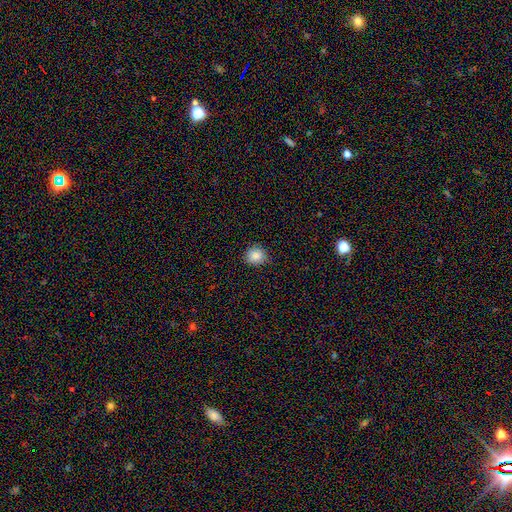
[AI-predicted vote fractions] A smooth galaxy with no disk features (85%) that is round (87%).

Vote fractions:
- Smooth or featured? smooth: 85% / star or artifact: 11% / featured or disk: 5%
- How rounded? round: 87% / in between: 12% / cigar-shaped: 1%
- Merging? none: 83% / minor disturbance: 14% / major disturbance: 2% / merger: 1%